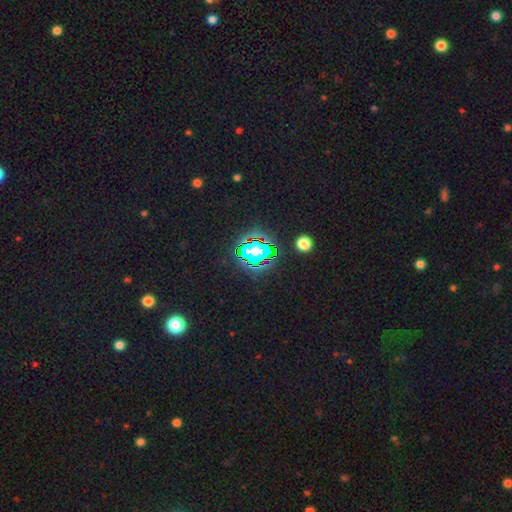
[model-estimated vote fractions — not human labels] smooth_or_featured: star or artifact (p=0.82) [alt: smooth p=0.12]